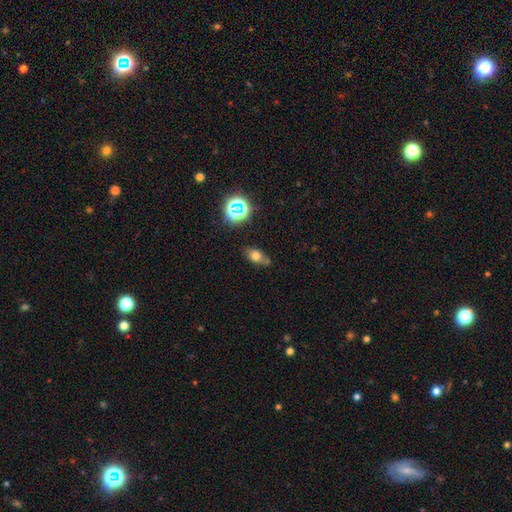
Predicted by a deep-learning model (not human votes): Smooth or featured?
  - smooth: 68% *
  - star or artifact: 18%
  - featured or disk: 14%
How rounded?
  - in between: 75% *
  - round: 20%
  - cigar-shaped: 5%
Merging?
  - none: 63% *
  - minor disturbance: 20%
  - merger: 11%
  - major disturbance: 5%